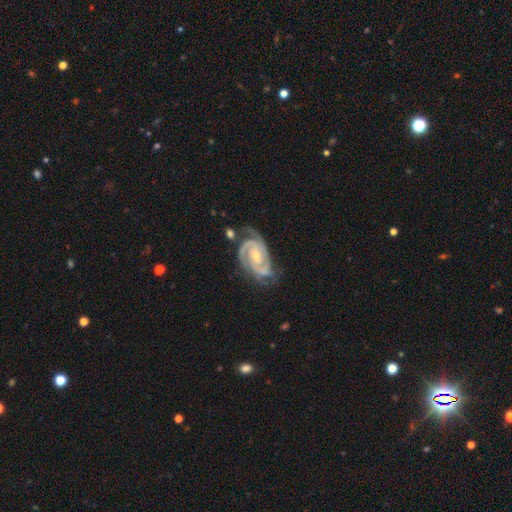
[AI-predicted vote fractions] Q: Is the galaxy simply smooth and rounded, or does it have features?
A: featured or disk — 92%.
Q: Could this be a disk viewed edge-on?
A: no — 97%.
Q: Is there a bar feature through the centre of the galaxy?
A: no — 46%.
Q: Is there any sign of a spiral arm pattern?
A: yes — 98%.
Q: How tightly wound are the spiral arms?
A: tight — 66%.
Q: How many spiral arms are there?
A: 2 — 75%.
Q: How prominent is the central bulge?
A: small — 51%.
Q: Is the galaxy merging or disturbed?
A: none — 62%.